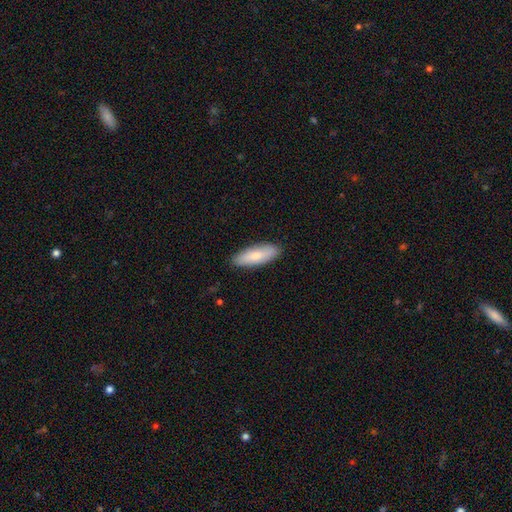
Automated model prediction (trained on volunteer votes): Q: Smooth or featured?
A: smooth (79%); runner-up: featured or disk (15%)
Q: How rounded?
A: in between (61%); runner-up: cigar-shaped (37%)
Q: Merging?
A: none (87%); runner-up: minor disturbance (10%)